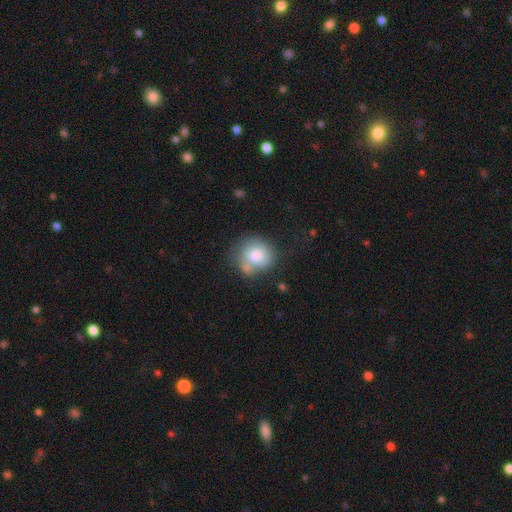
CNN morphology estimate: A smooth galaxy with no disk features (80%) that is round (80%). Merging: none (47%).